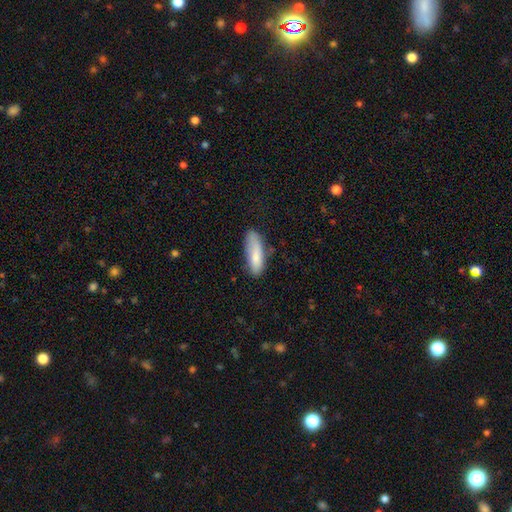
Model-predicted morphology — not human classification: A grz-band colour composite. It shows a smooth galaxy with no disk features (79%) that is in between round and cigar-shaped (57%). Merging: none (62%).